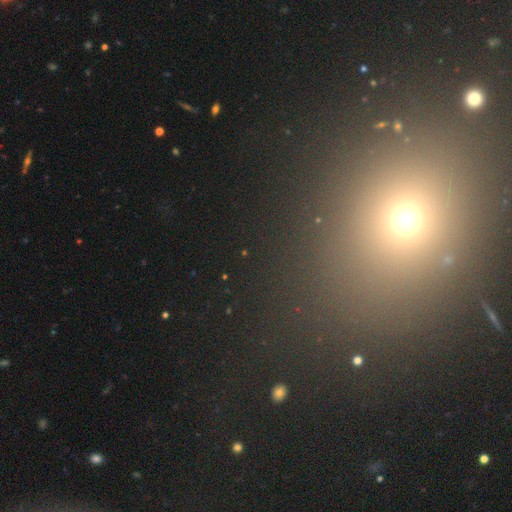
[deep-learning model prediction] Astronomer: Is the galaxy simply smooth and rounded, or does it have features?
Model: smooth — 46% (runner-up: star or artifact, 44%).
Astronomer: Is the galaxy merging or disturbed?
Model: none — 85%.